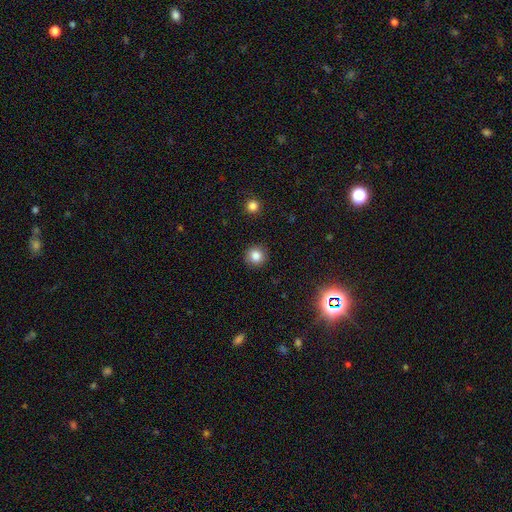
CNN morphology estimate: type=smooth (84%); roundness=round (93%); merging=none (91%).